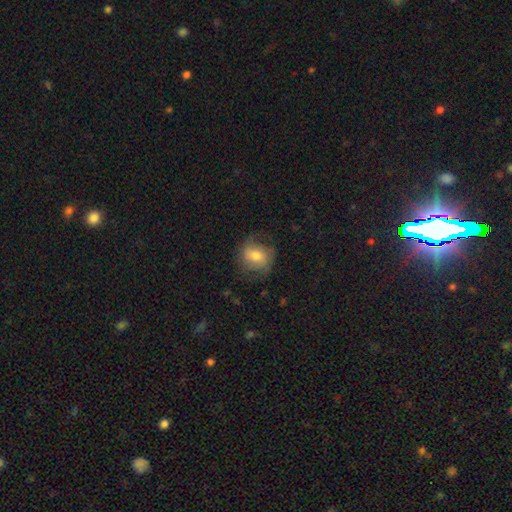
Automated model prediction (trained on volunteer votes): smooth-or-featured: smooth: 57% | featured or disk: 34% | star or artifact: 9%
  how-rounded: round: 62% | in between: 37% | cigar-shaped: 1%
  merging: none: 66% | minor disturbance: 21% | major disturbance: 12% | merger: 1%